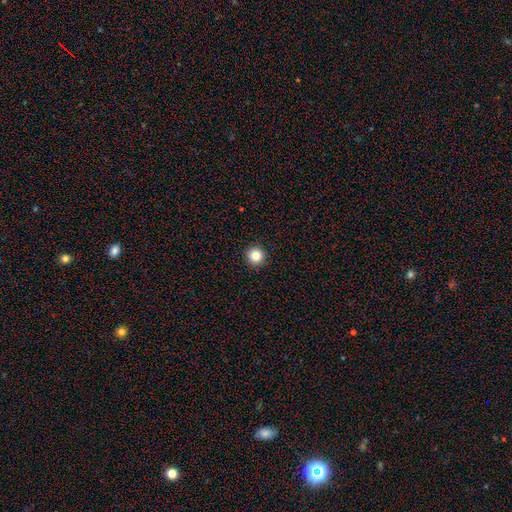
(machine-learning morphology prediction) smooth-or-featured: smooth: 83% | star or artifact: 12% | featured or disk: 5%
  how-rounded: round: 96% | in between: 3% | cigar-shaped: 1%
  merging: none: 94% | minor disturbance: 4% | major disturbance: 1% | merger: 1%